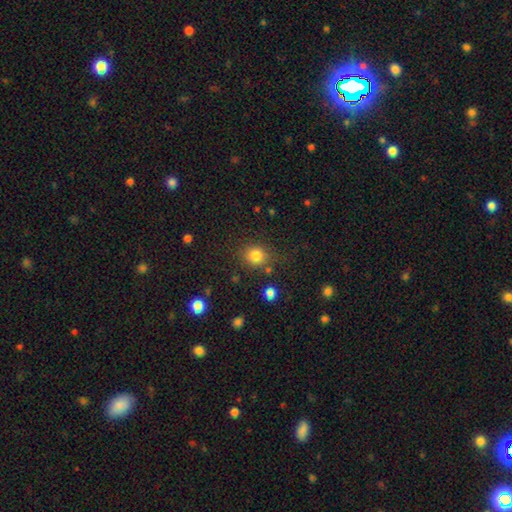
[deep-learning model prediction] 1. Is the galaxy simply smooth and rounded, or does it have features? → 82% smooth, 12% star or artifact, 6% featured or disk.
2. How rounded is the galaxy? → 77% round, 22% in between, 1% cigar-shaped.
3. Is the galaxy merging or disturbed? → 78% none, 12% minor disturbance, 5% merger, 5% major disturbance.